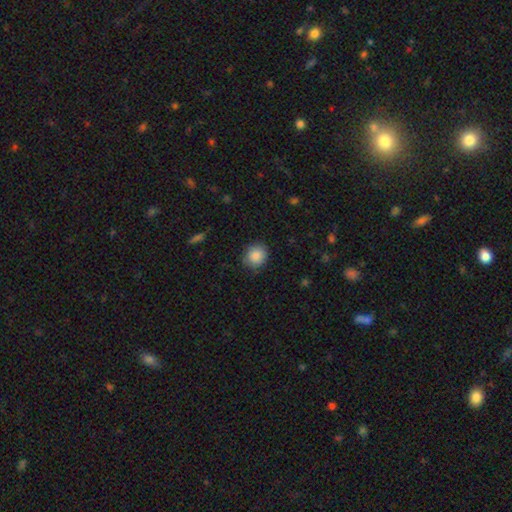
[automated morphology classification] smooth 87%, star or artifact 8%, featured or disk 5%. Down the decision tree: how rounded — round (82%); merging — none (85%).